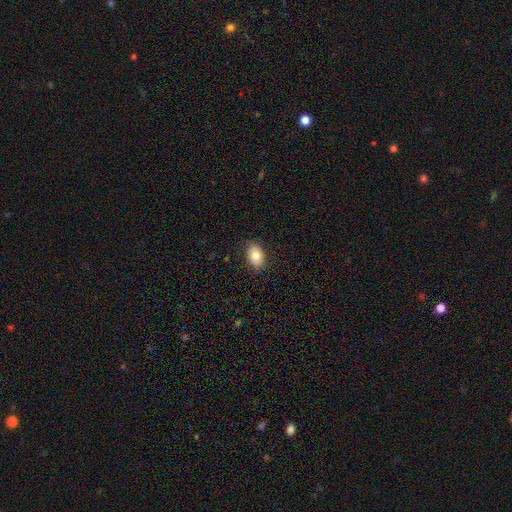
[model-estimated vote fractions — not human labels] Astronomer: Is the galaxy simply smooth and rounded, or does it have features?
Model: smooth — 78%.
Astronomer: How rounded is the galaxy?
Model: in between — 85%.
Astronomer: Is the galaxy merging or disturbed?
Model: none — 84%.